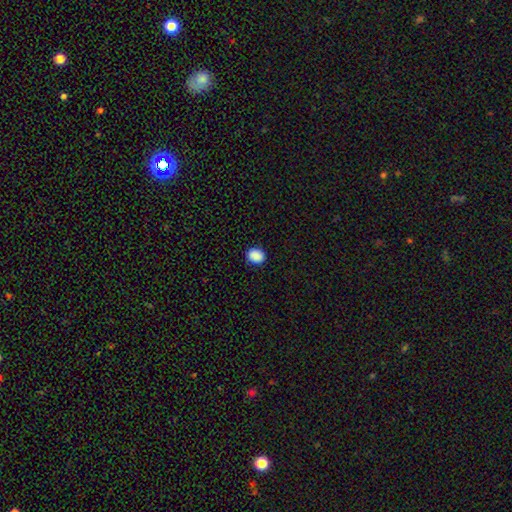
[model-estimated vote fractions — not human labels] Smooth or featured?
  - smooth: 90% *
  - star or artifact: 8%
  - featured or disk: 2%
How rounded?
  - round: 56% *
  - in between: 43%
  - cigar-shaped: 1%
Merging?
  - none: 90% *
  - minor disturbance: 7%
  - major disturbance: 2%
  - merger: 1%